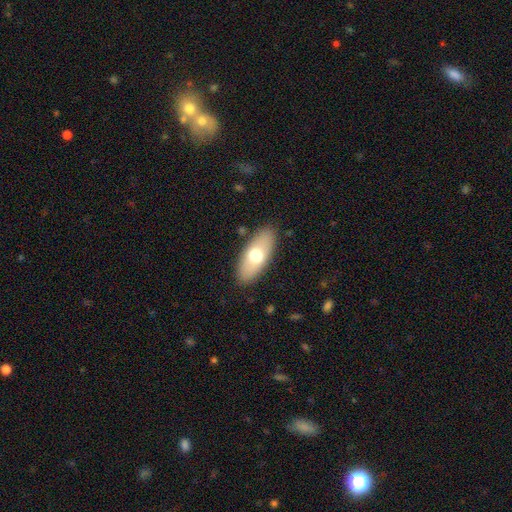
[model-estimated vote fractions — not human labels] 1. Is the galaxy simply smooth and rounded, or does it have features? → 65% smooth, 28% featured or disk, 6% star or artifact.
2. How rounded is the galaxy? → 83% in between, 14% cigar-shaped, 3% round.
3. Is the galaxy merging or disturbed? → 86% none, 10% minor disturbance, 3% major disturbance, 1% merger.